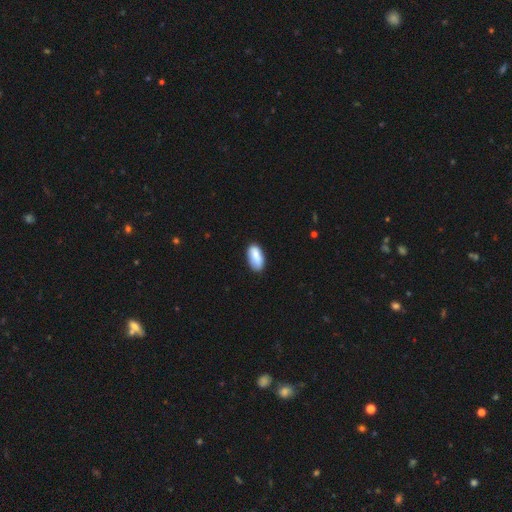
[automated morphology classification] The model was most divided on "merging": none: 78%, minor disturbance: 18%, major disturbance: 3%, merger: 2%. More confident: how rounded — in between (92%); smooth or featured — smooth (84%).